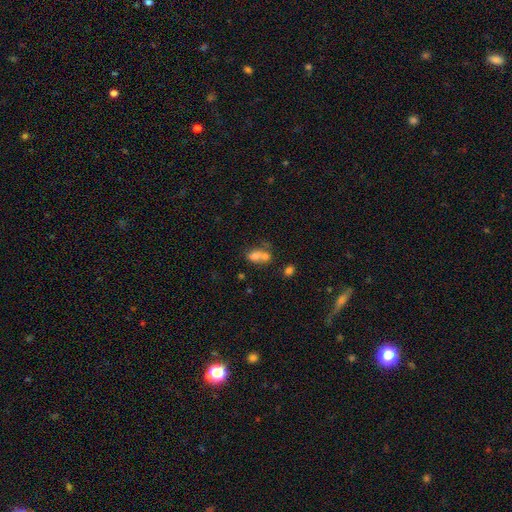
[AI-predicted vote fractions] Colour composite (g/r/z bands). It shows a smooth galaxy with no disk features (70%) that is in between round and cigar-shaped (73%). Merging: merger (59%).